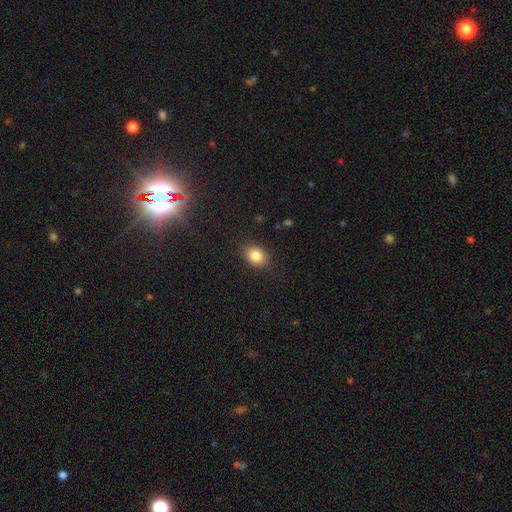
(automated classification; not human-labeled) Overall: smooth (84%). How rounded: in between (64%; round 35%). Merging: none (87%).